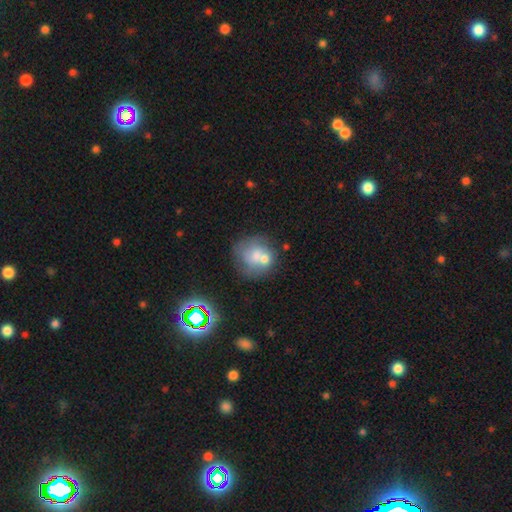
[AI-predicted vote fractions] Smooth or featured: smooth — 56% (featured or disk — 30%)
How rounded: round — 77% (in between — 22%)
Merging: none — 40% (merger — 38%)